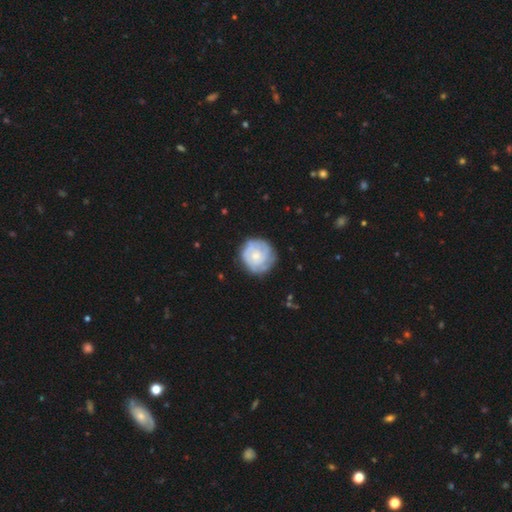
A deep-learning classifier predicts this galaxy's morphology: Smooth or featured: featured or disk — 65% (smooth — 30%)
Edge-on disk: no — 98% (yes — 2%)
Bar: no — 81% (weak — 17%)
Spiral arms: yes — 83% (no — 17%)
Spiral winding: tight — 72% (medium — 21%)
Spiral arm count: can't tell — 48% (3 — 17%)
Bulge size: small — 53% (moderate — 37%)
Merging: none — 77% (minor disturbance — 16%)